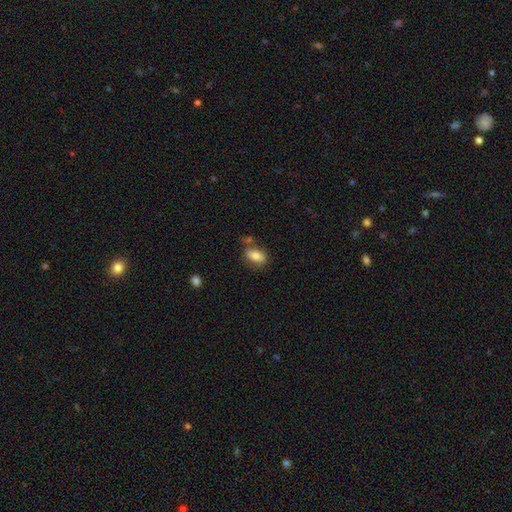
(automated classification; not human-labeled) This is likely a smooth galaxy (77%). How rounded: clearly in between (88%). Merging: likely none (64%).